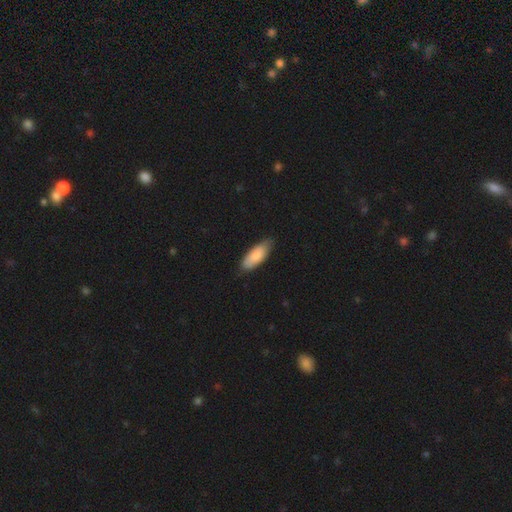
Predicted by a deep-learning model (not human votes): A smooth galaxy with no disk features (84%) that is in between round and cigar-shaped (75%).

Vote fractions:
- Smooth or featured? smooth: 84% / featured or disk: 11% / star or artifact: 5%
- How rounded? in between: 75% / cigar-shaped: 23% / round: 2%
- Merging? none: 77% / minor disturbance: 19% / major disturbance: 2% / merger: 1%